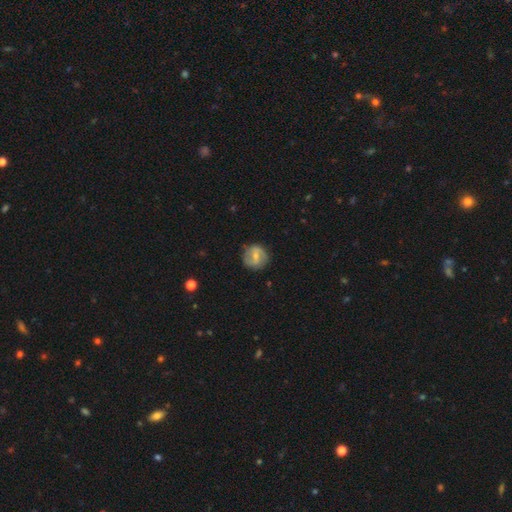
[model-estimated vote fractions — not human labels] The model was most divided on "bulge size": small: 50%, moderate: 42%, none: 5%, large: 2%, dominant: 1%. Remaining: edge-on disk — no (97%); merging — none (80%); spiral arms — yes (78%); smooth or featured — featured or disk (61%); bar — weak (50%).